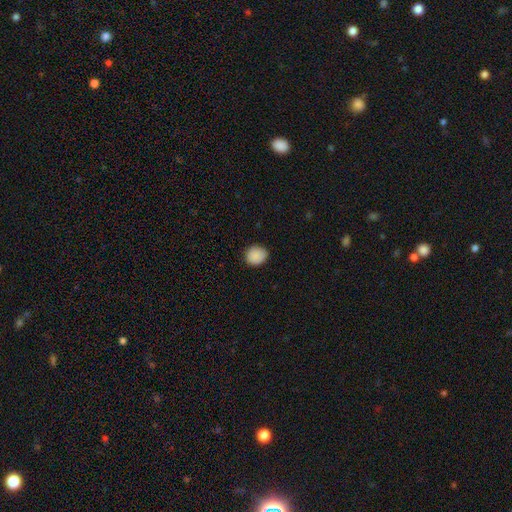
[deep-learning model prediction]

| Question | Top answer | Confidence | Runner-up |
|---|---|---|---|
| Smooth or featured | smooth | 89% | star or artifact (8%) |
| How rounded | round | 85% | in between (14%) |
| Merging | none | 88% | minor disturbance (9%) |